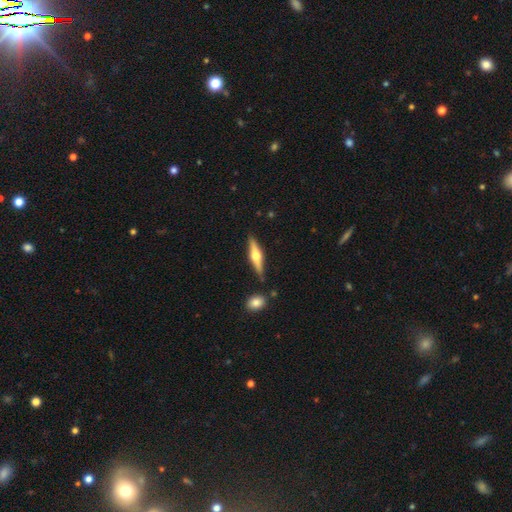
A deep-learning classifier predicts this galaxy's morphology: Overall: featured or disk (65%; smooth 30%). Edge-on disk: yes (96%). Edge-on bulge: rounded (94%). Merging: none (85%).